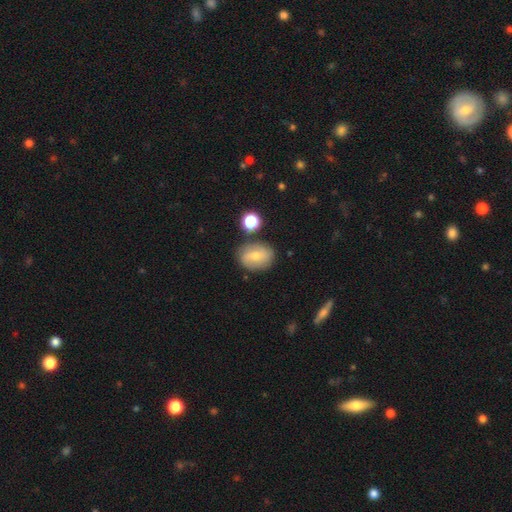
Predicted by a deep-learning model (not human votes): Smooth or featured? smooth (48%)
Merging? none (75%)